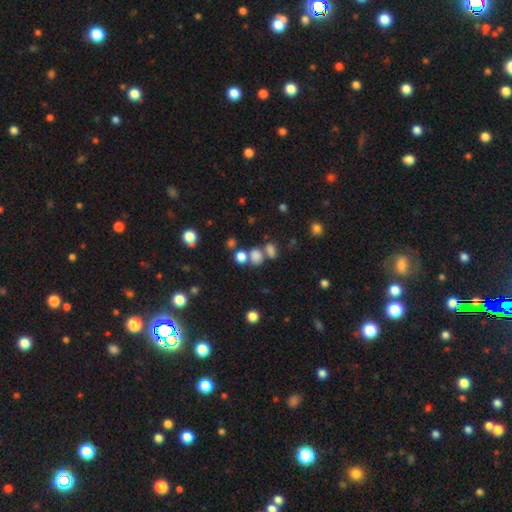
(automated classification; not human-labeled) A smooth galaxy with no disk features (74%) that is round (60%). Merging: none (50%).